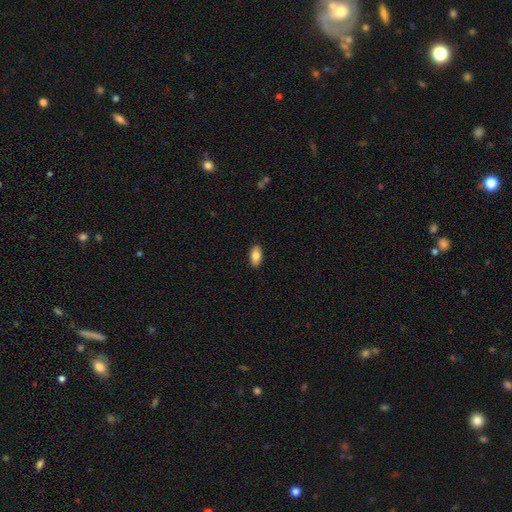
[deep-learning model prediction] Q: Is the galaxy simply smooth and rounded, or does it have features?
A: smooth — 85%.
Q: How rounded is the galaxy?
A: in between — 91%.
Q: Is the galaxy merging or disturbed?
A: none — 90%.